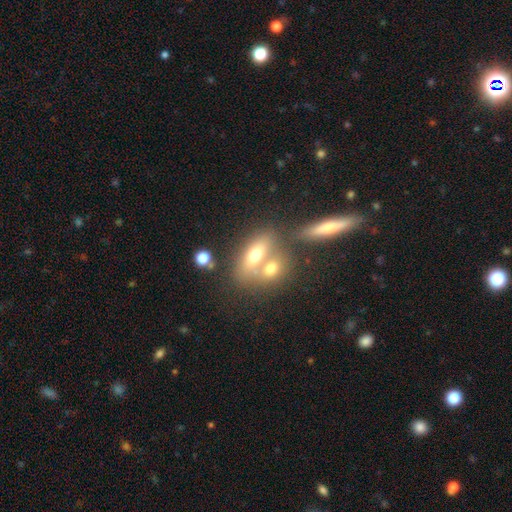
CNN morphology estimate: The model was most divided on "merging": merger: 50%, none: 37%, minor disturbance: 9%, major disturbance: 5%. More confident: how rounded — in between (67%); smooth or featured — smooth (54%).